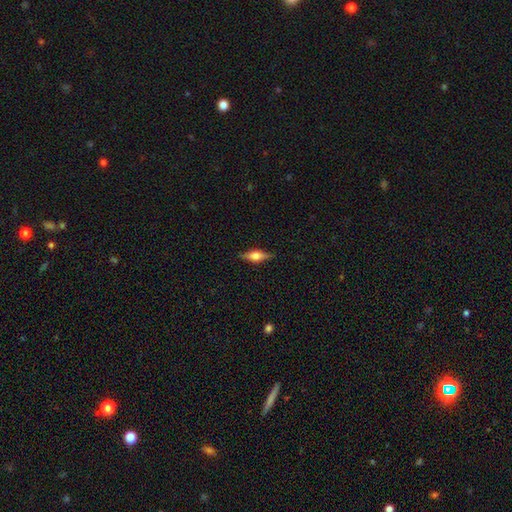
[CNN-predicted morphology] This is possibly a featured or disk galaxy (53%). It is clearly viewed edge-on (94%). Merging: clearly none (87%).